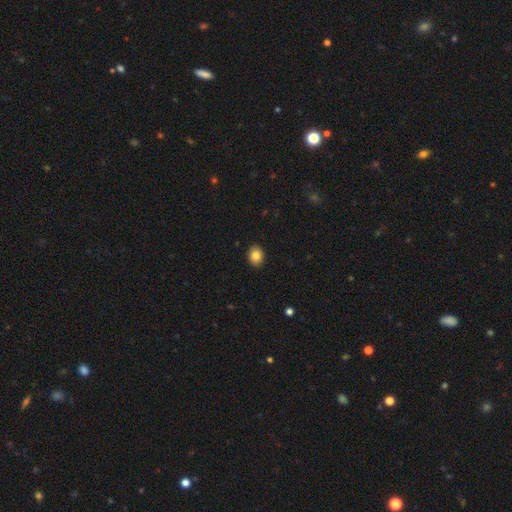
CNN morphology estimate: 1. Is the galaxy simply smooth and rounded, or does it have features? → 84% smooth, 9% star or artifact, 7% featured or disk.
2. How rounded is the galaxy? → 50% in between, 49% round, 1% cigar-shaped.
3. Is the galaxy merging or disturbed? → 91% none, 6% minor disturbance, 2% major disturbance, 1% merger.